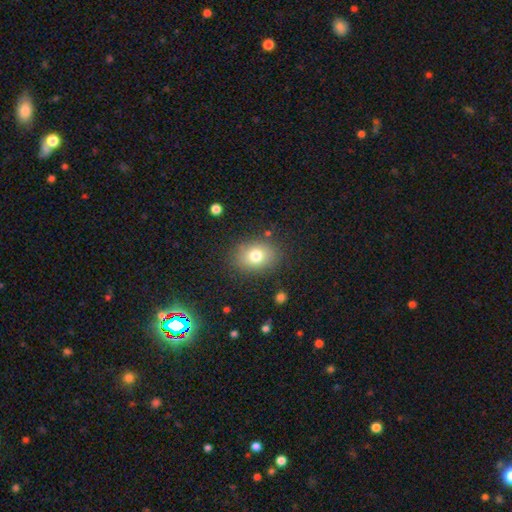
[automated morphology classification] This is likely a smooth galaxy (77%). How rounded: possibly in between (60%). Merging: clearly none (84%).